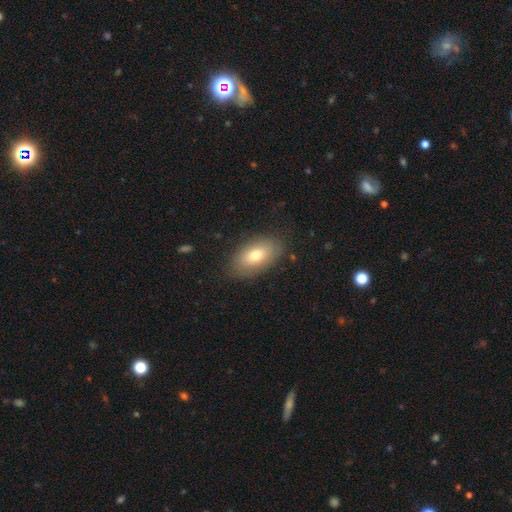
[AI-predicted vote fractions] smooth 72%, featured or disk 21%, star or artifact 7%. Down the decision tree: how rounded — in between (92%); merging — none (82%).